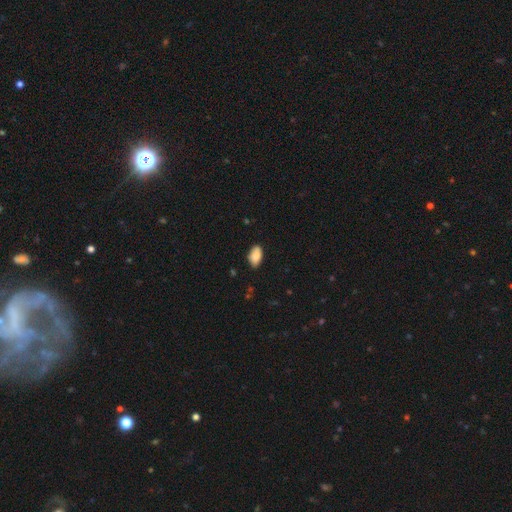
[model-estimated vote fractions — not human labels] Smooth or featured: smooth — 85% (featured or disk — 8%)
How rounded: in between — 94% (round — 4%)
Merging: none — 83% (minor disturbance — 14%)